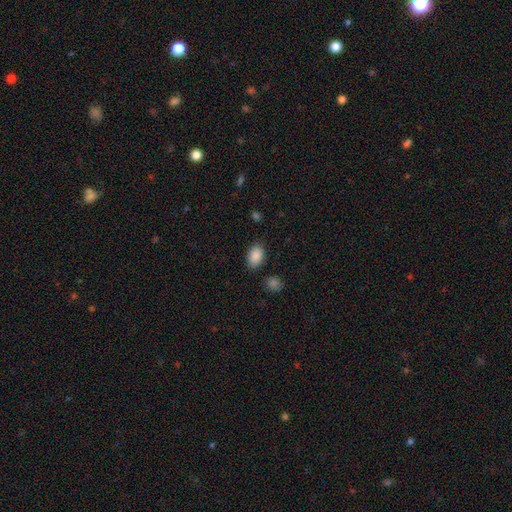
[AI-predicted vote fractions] Morphology: type=smooth (89%); roundness=in between (86%); merging=none (83%).